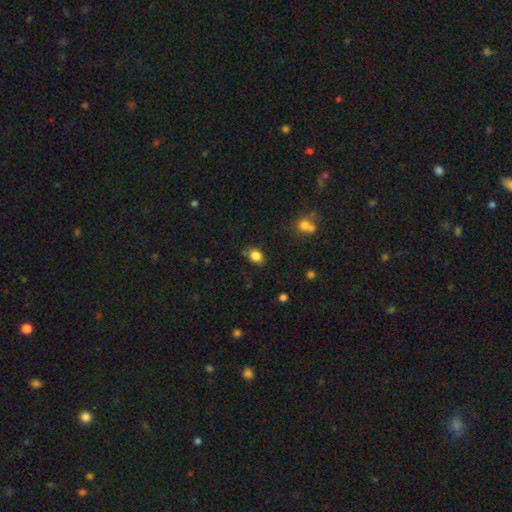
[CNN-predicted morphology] This is clearly a smooth galaxy (83%). How rounded: possibly round (52%). Merging: likely none (76%).